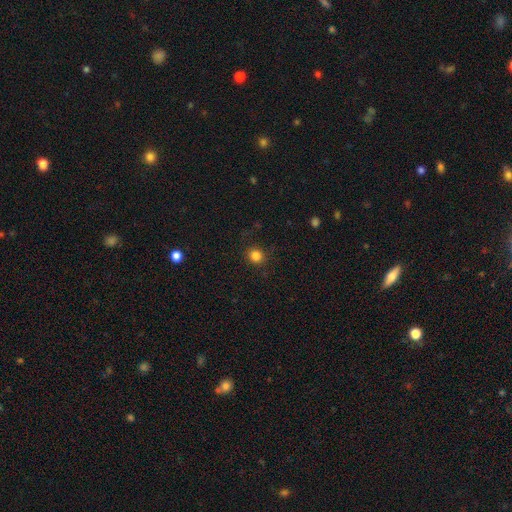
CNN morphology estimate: Smooth or featured?
  - smooth: 83% *
  - star or artifact: 13%
  - featured or disk: 4%
How rounded?
  - round: 90% *
  - in between: 9%
  - cigar-shaped: 1%
Merging?
  - none: 89% *
  - minor disturbance: 7%
  - major disturbance: 3%
  - merger: 1%